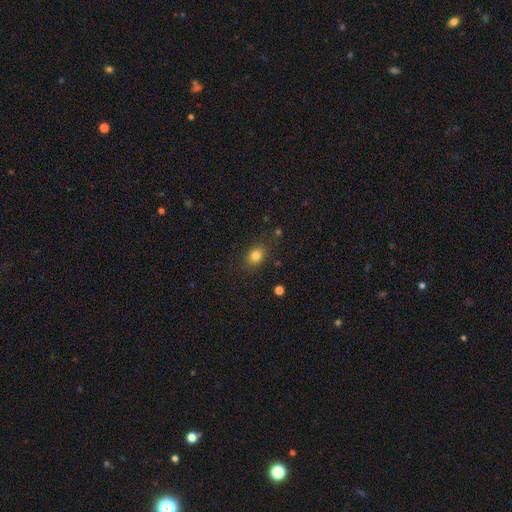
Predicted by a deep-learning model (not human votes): Smooth or featured?
  - smooth: 82% *
  - star or artifact: 12%
  - featured or disk: 7%
How rounded?
  - in between: 54% *
  - round: 44%
  - cigar-shaped: 1%
Merging?
  - none: 85% *
  - minor disturbance: 11%
  - major disturbance: 3%
  - merger: 1%